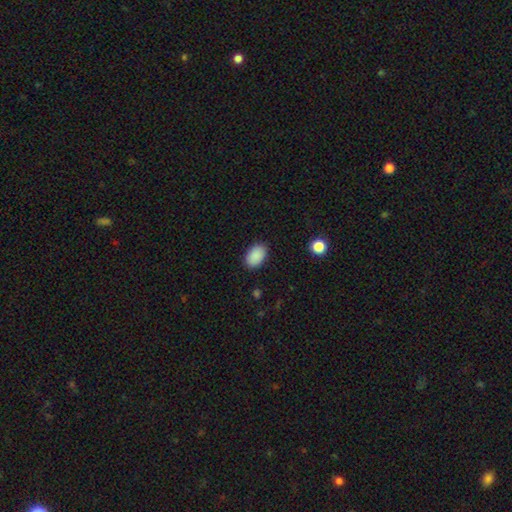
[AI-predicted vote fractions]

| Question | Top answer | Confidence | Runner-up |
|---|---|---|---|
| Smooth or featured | smooth | 90% | star or artifact (7%) |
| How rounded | in between | 89% | round (10%) |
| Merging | none | 88% | minor disturbance (9%) |